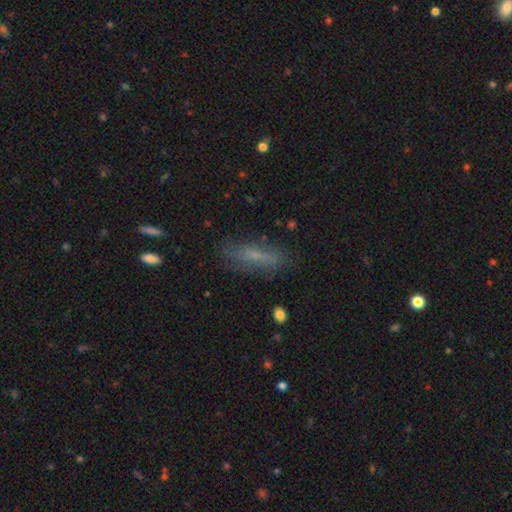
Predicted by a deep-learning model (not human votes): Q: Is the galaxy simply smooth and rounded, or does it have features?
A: smooth — 60%.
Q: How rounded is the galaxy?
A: cigar-shaped — 57%.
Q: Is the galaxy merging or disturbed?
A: none — 75%.